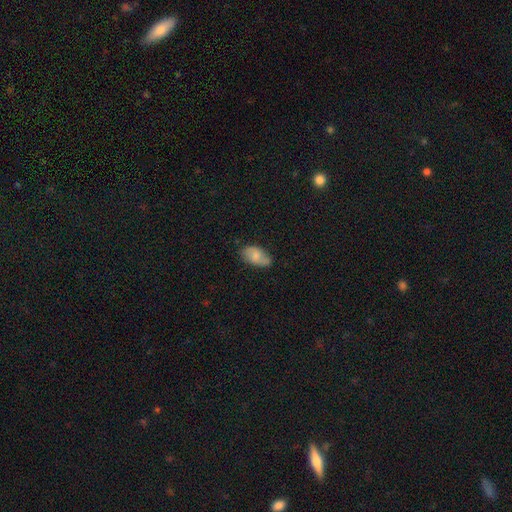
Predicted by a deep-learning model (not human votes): Smooth or featured: smooth — 69% (featured or disk — 23%)
How rounded: in between — 93% (round — 5%)
Merging: none — 69% (minor disturbance — 24%)